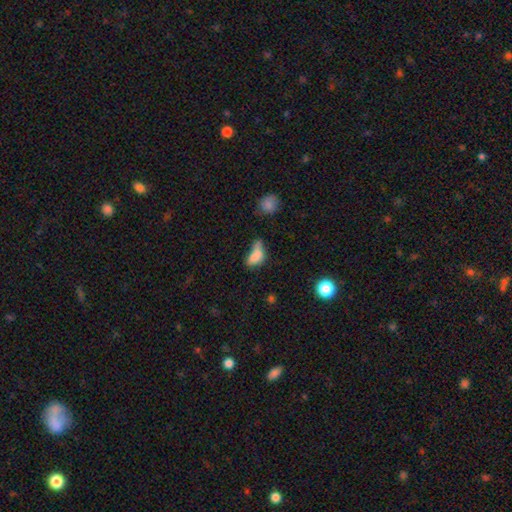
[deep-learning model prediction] Smooth or featured? Predicted: smooth (p=0.72). How rounded? Predicted: in between (p=0.83). Merging? Predicted: merger (p=0.34).